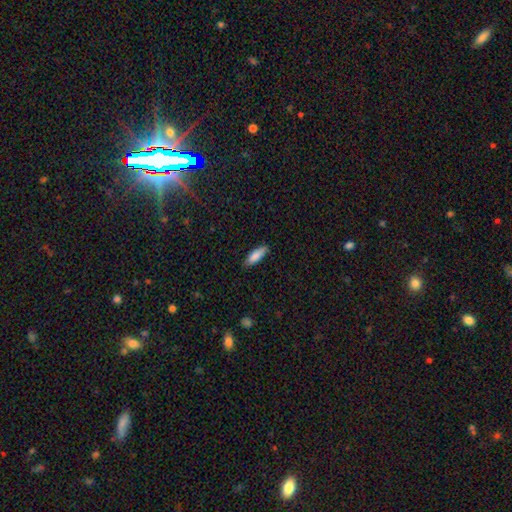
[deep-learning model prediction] smooth_or_featured: smooth (p=0.86) [alt: featured or disk p=0.08]
how_rounded: in between (p=0.58) [alt: cigar-shaped p=0.41]
merging: none (p=0.80) [alt: minor disturbance p=0.17]